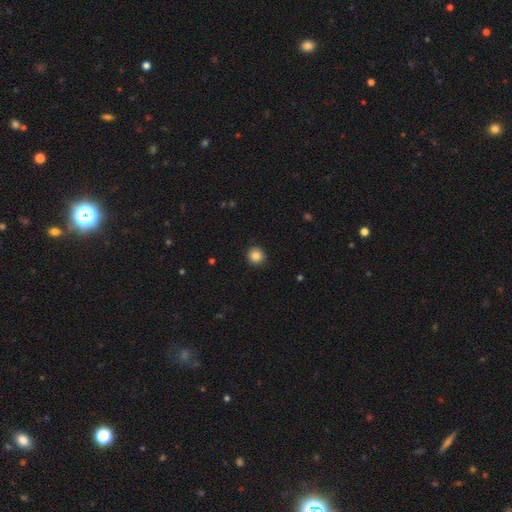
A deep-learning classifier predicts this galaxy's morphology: Overall: smooth (85%). How rounded: round (92%). Merging: none (91%).